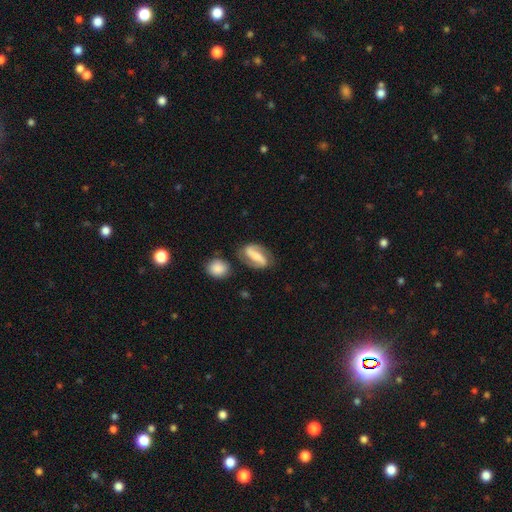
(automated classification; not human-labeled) featured or disk 74%, smooth 20%, star or artifact 6%. Down the decision tree: edge-on disk — no (95%); bar — strong (52%); spiral arms — yes (93%); spiral arm count — 2 (91%); spiral winding — medium (42%); bulge size — small (40%); merging — none (74%).